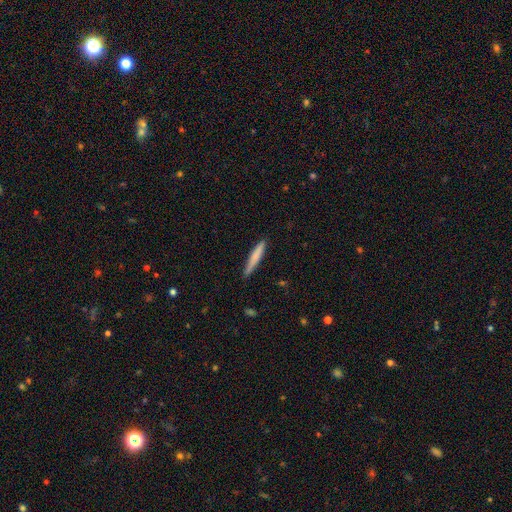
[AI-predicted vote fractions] A smooth galaxy with no disk features (74%) that is cigar-shaped (94%).

Vote fractions:
- Smooth or featured? smooth: 74% / featured or disk: 20% / star or artifact: 6%
- How rounded? cigar-shaped: 94% / in between: 5% / round: 1%
- Merging? none: 84% / minor disturbance: 12% / major disturbance: 2% / merger: 1%